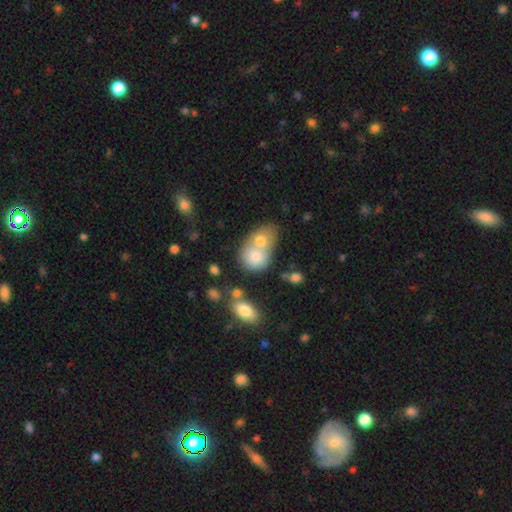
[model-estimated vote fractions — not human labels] Smooth or featured? smooth (74%)
How rounded? round (52%)
Merging? merger (67%)